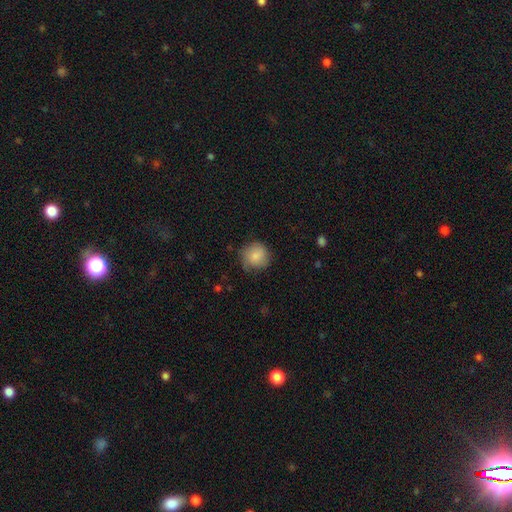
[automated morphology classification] Smooth or featured?
  - smooth: 82% *
  - featured or disk: 11%
  - star or artifact: 7%
How rounded?
  - round: 91% *
  - in between: 8%
  - cigar-shaped: 1%
Merging?
  - none: 72% *
  - minor disturbance: 21%
  - major disturbance: 5%
  - merger: 1%